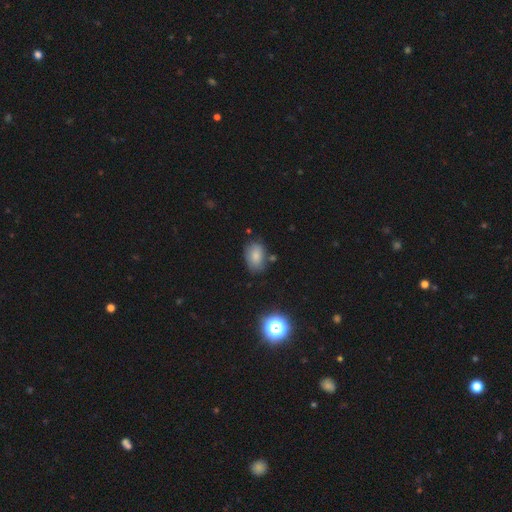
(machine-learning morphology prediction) Smooth or featured?
  - smooth: 81% *
  - star or artifact: 10%
  - featured or disk: 9%
How rounded?
  - in between: 85% *
  - round: 14%
  - cigar-shaped: 1%
Merging?
  - none: 72% *
  - minor disturbance: 20%
  - major disturbance: 4%
  - merger: 4%